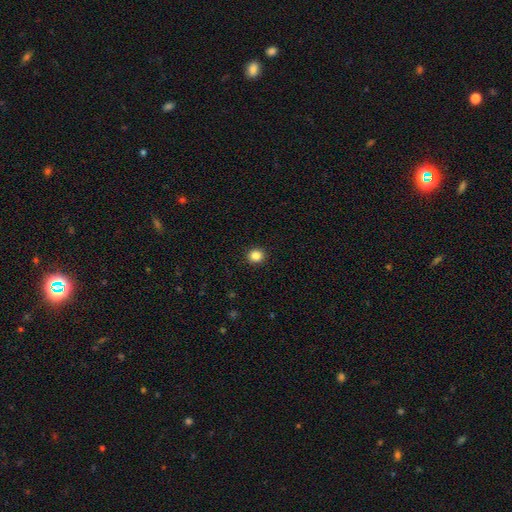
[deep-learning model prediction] A smooth galaxy with no disk features (85%) that is round (88%). Merging: none (93%).